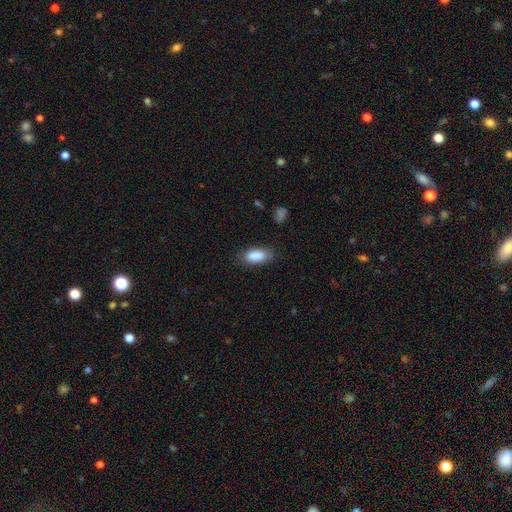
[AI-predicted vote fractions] A smooth galaxy with no disk features (88%) that is in between round and cigar-shaped (86%).

Vote fractions:
- Smooth or featured? smooth: 88% / star or artifact: 7% / featured or disk: 6%
- How rounded? in between: 86% / cigar-shaped: 12% / round: 2%
- Merging? none: 80% / minor disturbance: 15% / major disturbance: 4% / merger: 1%